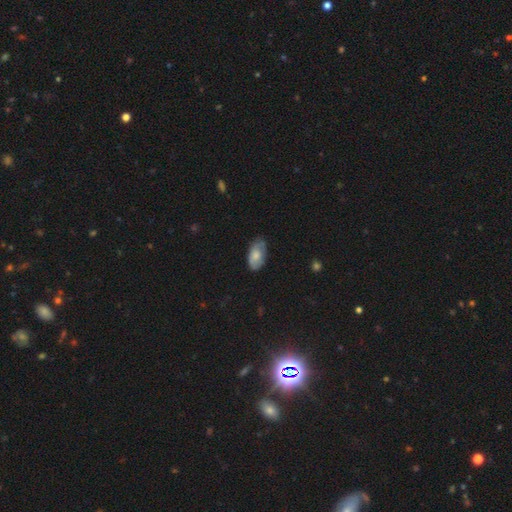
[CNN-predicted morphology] smooth 73%, featured or disk 20%, star or artifact 6%. Down the decision tree: how rounded — in between (94%); merging — none (70%).